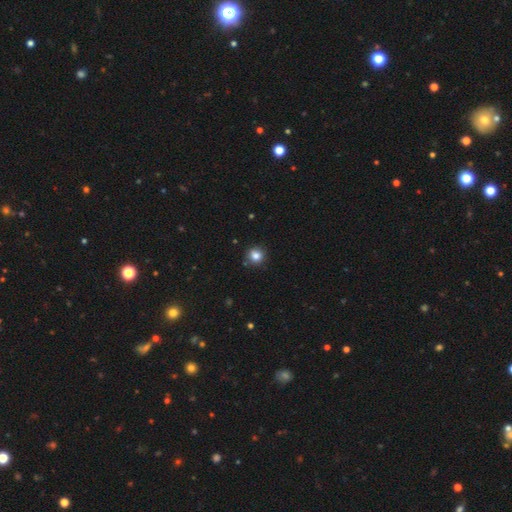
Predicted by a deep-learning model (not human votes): Smooth or featured? smooth (83%)
How rounded? round (91%)
Merging? none (87%)